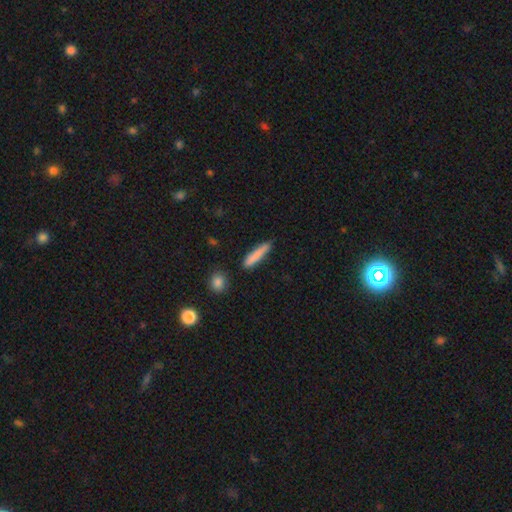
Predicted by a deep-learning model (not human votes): A smooth galaxy with no disk features (81%) that is cigar-shaped (88%).

Vote fractions:
- Smooth or featured? smooth: 81% / featured or disk: 13% / star or artifact: 6%
- How rounded? cigar-shaped: 88% / in between: 10% / round: 2%
- Merging? none: 80% / minor disturbance: 14% / merger: 3% / major disturbance: 3%